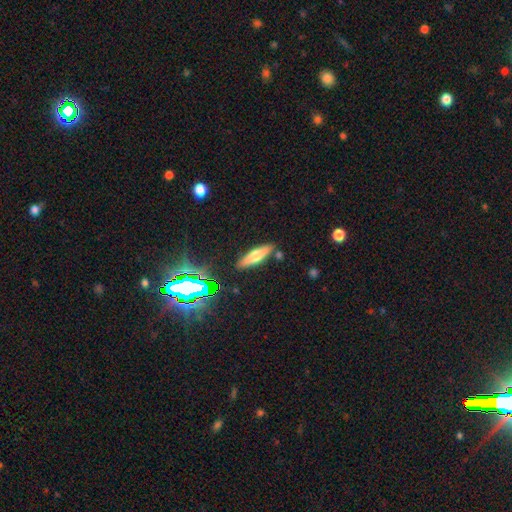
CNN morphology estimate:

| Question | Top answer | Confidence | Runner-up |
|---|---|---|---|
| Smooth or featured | smooth | 51% | featured or disk (38%) |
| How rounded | cigar-shaped | 67% | in between (30%) |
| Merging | none | 84% | minor disturbance (9%) |